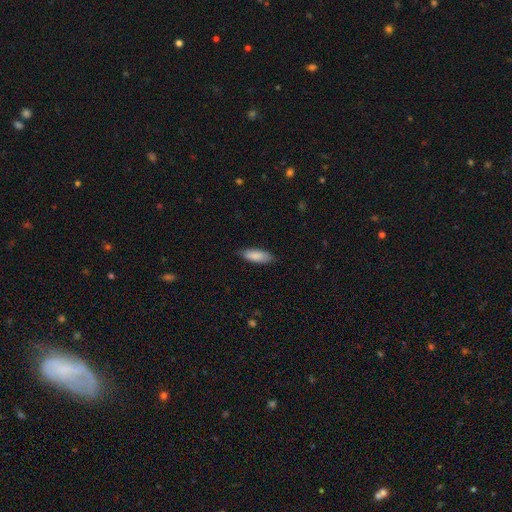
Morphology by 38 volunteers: Q: Smooth or featured?
A: smooth (92%); runner-up: star or artifact (5%)
Q: How rounded?
A: in between (77%); runner-up: cigar-shaped (20%)
Q: Merging?
A: none (86%); runner-up: minor disturbance (11%)